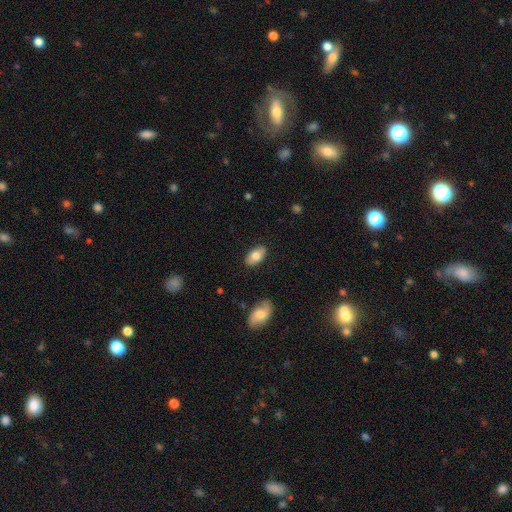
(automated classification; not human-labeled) Q: Smooth or featured?
A: smooth (73%); runner-up: featured or disk (20%)
Q: How rounded?
A: in between (93%); runner-up: round (5%)
Q: Merging?
A: none (85%); runner-up: minor disturbance (11%)